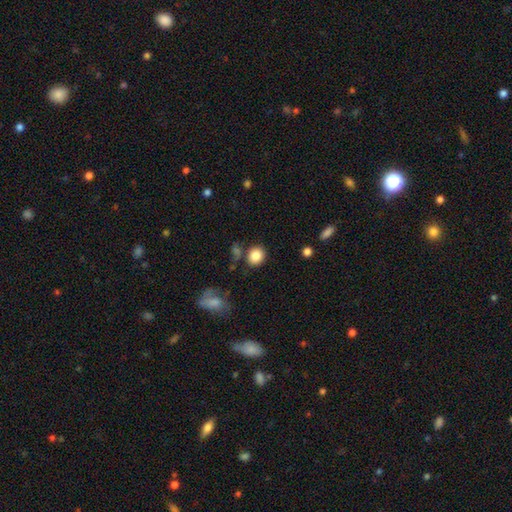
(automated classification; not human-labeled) This is clearly a smooth galaxy (86%). How rounded: likely round (71%). Merging: likely none (77%).